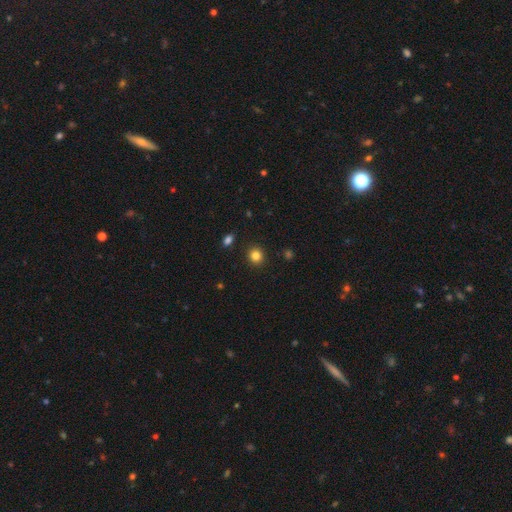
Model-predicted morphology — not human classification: Smooth or featured? smooth (83%)
How rounded? round (86%)
Merging? none (91%)